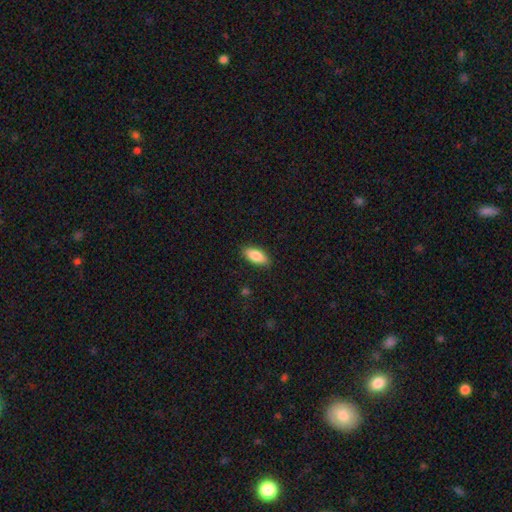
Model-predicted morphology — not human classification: Q: Smooth or featured?
A: smooth (86%); runner-up: featured or disk (8%)
Q: How rounded?
A: in between (85%); runner-up: cigar-shaped (12%)
Q: Merging?
A: none (87%); runner-up: minor disturbance (9%)